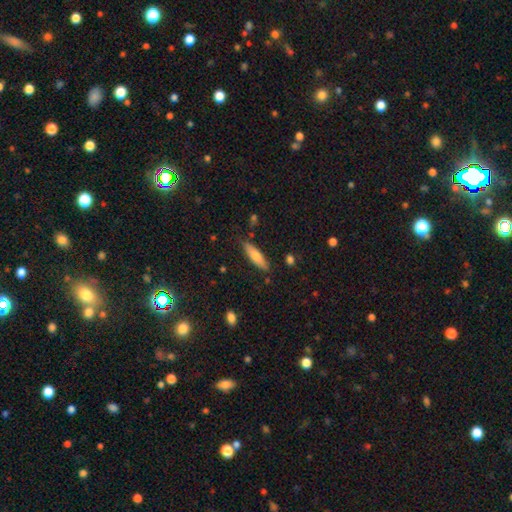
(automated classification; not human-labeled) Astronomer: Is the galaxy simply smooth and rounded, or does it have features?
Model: smooth — 69%.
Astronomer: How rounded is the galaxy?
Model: cigar-shaped — 67%.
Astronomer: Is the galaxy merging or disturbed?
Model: none — 82%.